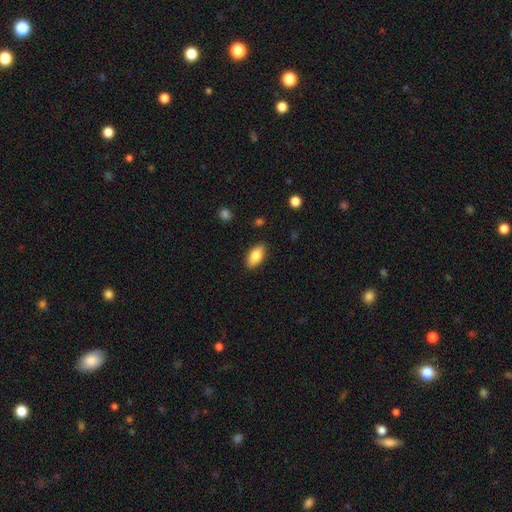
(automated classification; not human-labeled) smooth_or_featured: smooth (p=0.83) [alt: featured or disk p=0.11]
how_rounded: in between (p=0.91) [alt: cigar-shaped p=0.05]
merging: none (p=0.87) [alt: minor disturbance p=0.10]